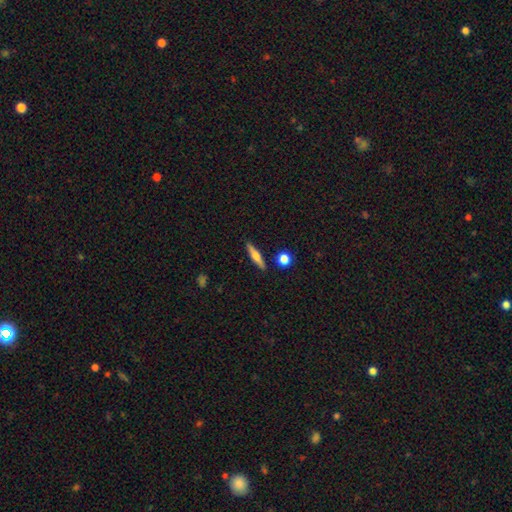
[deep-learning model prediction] smooth-or-featured: featured or disk: 49% | smooth: 44% | star or artifact: 7%
  merging: none: 88% | minor disturbance: 7% | merger: 3% | major disturbance: 2%